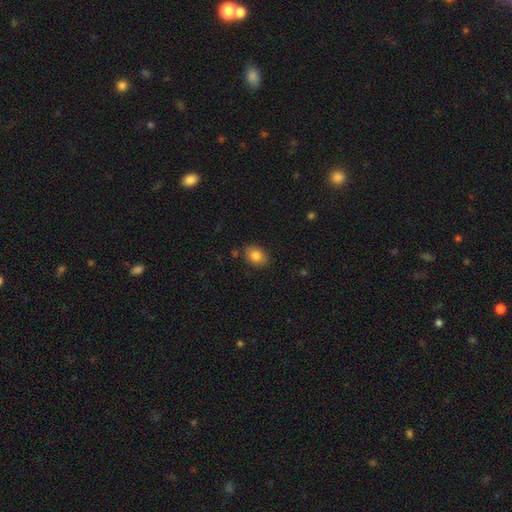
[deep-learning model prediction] Smooth or featured: smooth — 82% (star or artifact — 9%)
How rounded: in between — 68% (round — 30%)
Merging: none — 84% (minor disturbance — 11%)